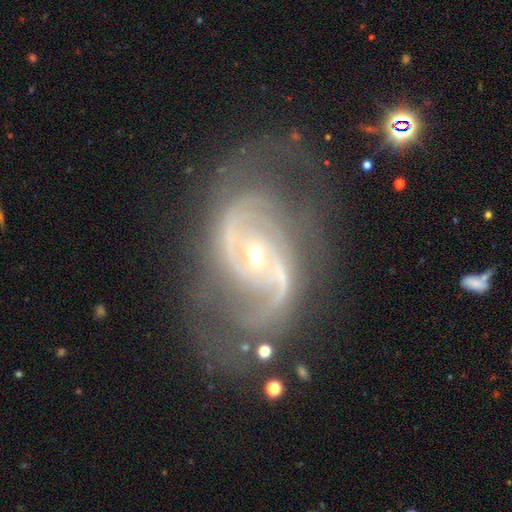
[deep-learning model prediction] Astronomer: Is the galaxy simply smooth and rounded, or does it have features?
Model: featured or disk — 91%.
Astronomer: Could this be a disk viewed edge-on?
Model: no — 97%.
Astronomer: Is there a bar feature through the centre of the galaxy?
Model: no — 53% (runner-up: weak, 32%).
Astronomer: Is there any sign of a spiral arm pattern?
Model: yes — 97%.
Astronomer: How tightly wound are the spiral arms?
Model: medium — 54%.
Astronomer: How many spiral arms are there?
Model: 2 — 84%.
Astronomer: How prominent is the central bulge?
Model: small — 55% (runner-up: moderate, 41%).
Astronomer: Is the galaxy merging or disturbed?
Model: none — 64%.